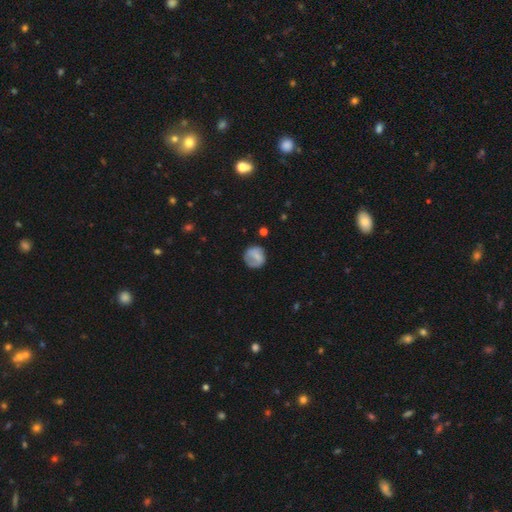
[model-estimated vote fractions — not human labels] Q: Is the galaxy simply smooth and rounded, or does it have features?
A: smooth — 67%.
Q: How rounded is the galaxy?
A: round — 84%.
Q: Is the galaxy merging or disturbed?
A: none — 67%.